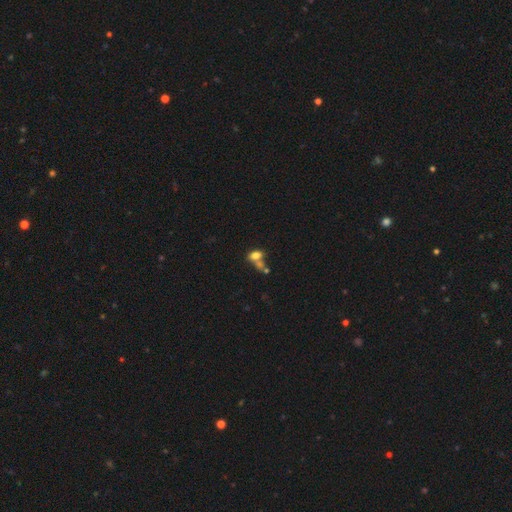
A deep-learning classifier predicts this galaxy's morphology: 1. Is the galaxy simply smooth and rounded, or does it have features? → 72% smooth, 15% featured or disk, 13% star or artifact.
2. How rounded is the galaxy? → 82% in between, 13% round, 5% cigar-shaped.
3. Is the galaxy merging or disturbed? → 46% merger, 35% none, 12% minor disturbance, 8% major disturbance.